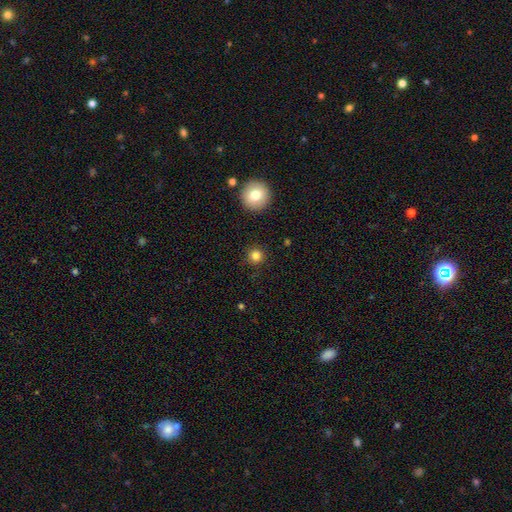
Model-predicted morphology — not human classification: Smooth or featured? smooth (82%)
How rounded? round (95%)
Merging? none (89%)